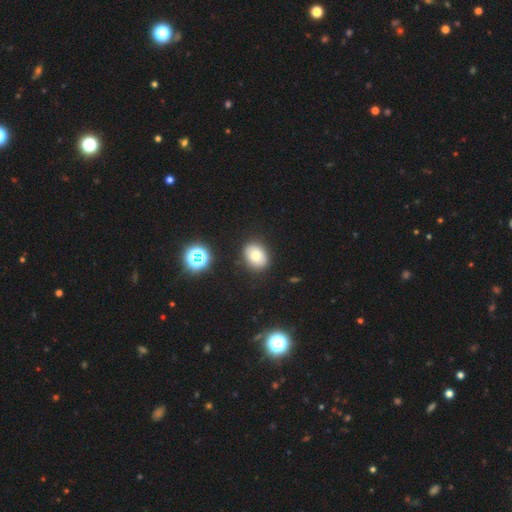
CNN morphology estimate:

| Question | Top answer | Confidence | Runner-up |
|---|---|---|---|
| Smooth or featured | smooth | 76% | star or artifact (12%) |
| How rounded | in between | 63% | round (36%) |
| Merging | none | 88% | minor disturbance (8%) |